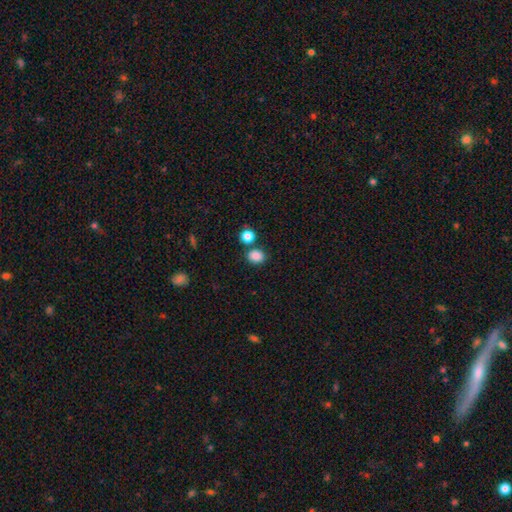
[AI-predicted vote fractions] A smooth galaxy with no disk features (85%) that is round (56%).

Vote fractions:
- Smooth or featured? smooth: 85% / star or artifact: 11% / featured or disk: 4%
- How rounded? round: 56% / in between: 43% / cigar-shaped: 1%
- Merging? none: 74% / merger: 12% / minor disturbance: 10% / major disturbance: 3%